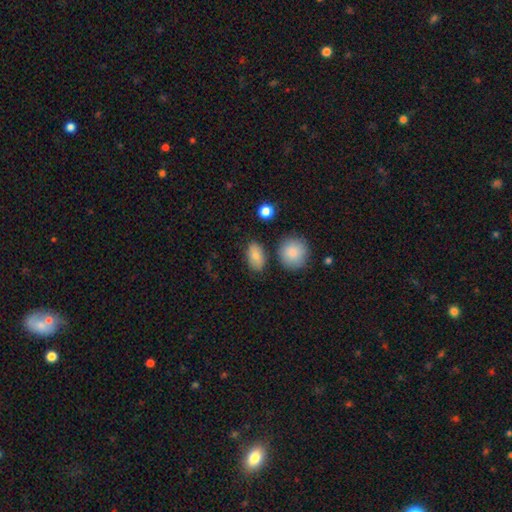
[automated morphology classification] This is clearly a smooth galaxy (82%). How rounded: clearly in between (87%). Merging: likely none (79%).